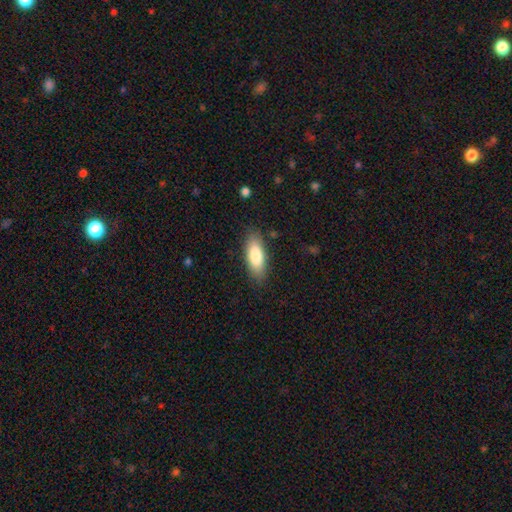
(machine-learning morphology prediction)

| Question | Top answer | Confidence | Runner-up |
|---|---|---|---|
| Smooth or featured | smooth | 82% | featured or disk (12%) |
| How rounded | in between | 75% | cigar-shaped (23%) |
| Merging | none | 84% | minor disturbance (11%) |